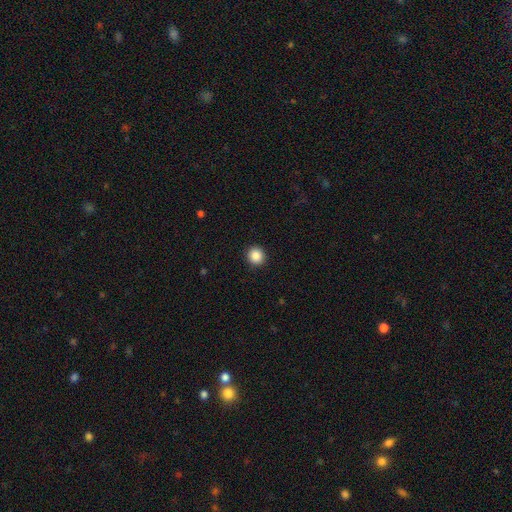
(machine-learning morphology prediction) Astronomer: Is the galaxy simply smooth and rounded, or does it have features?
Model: smooth — 88%.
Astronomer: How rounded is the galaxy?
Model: round — 92%.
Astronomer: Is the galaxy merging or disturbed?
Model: none — 93%.